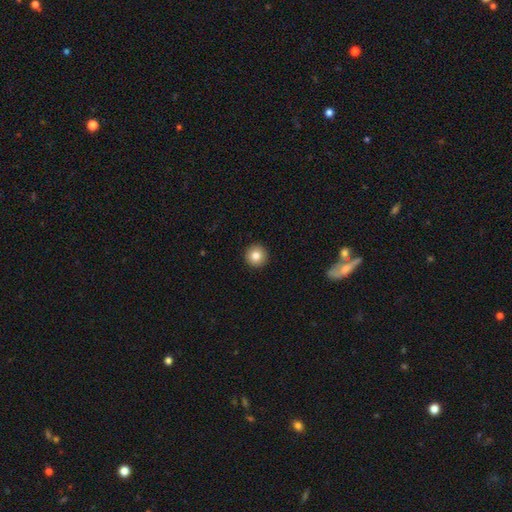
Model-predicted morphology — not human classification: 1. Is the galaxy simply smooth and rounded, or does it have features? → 83% smooth, 10% star or artifact, 8% featured or disk.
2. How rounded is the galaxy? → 96% round, 3% in between, 1% cigar-shaped.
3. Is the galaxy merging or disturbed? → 93% none, 4% minor disturbance, 1% major disturbance, 1% merger.